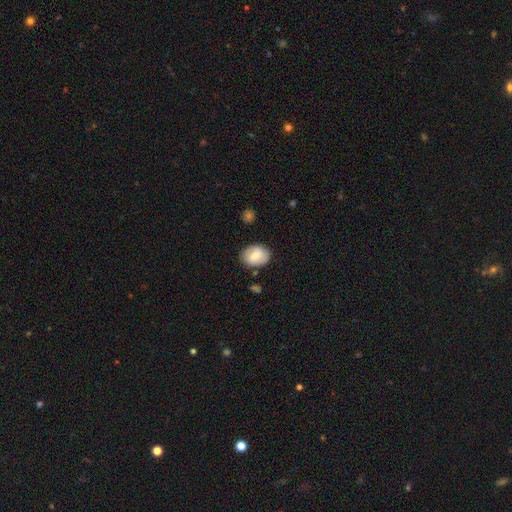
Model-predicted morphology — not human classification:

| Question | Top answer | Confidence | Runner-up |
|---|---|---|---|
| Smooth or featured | smooth | 59% | featured or disk (35%) |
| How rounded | in between | 72% | round (27%) |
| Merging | none | 79% | minor disturbance (15%) |